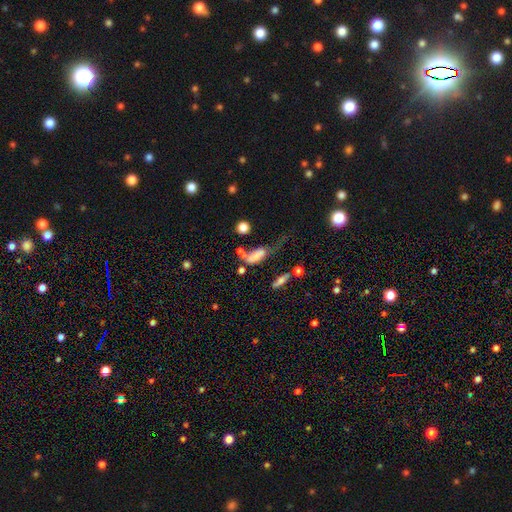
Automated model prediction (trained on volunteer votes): Morphology: type=smooth (65%); roundness=in between (74%); merging=major disturbance (40%).